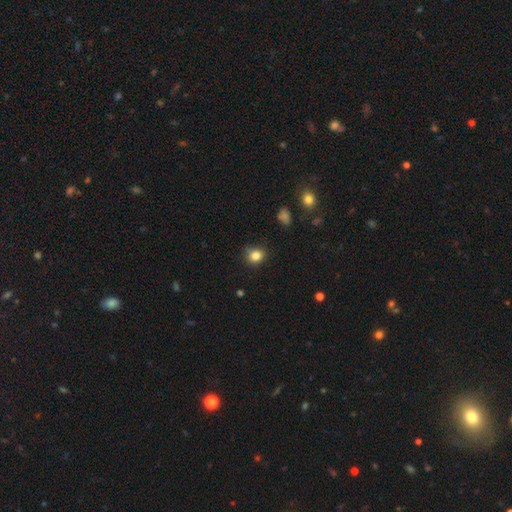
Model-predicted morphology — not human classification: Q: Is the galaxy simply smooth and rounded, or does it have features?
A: smooth — 84%.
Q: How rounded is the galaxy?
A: round — 71%.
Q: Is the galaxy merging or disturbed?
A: none — 77%.